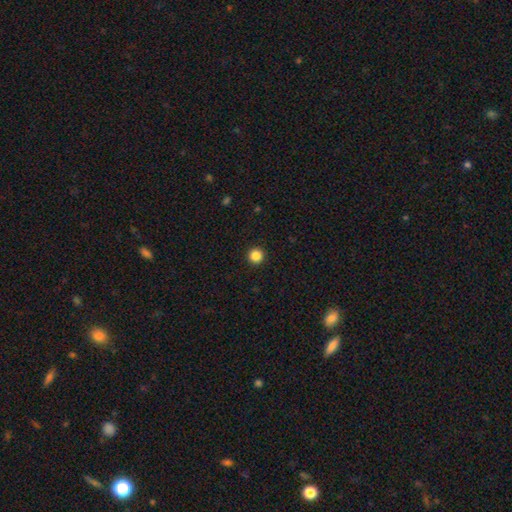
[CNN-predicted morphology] A smooth galaxy with no disk features (86%) that is round (96%).

Vote fractions:
- Smooth or featured? smooth: 86% / star or artifact: 11% / featured or disk: 3%
- How rounded? round: 96% / in between: 3% / cigar-shaped: 1%
- Merging? none: 94% / minor disturbance: 4% / major disturbance: 1% / merger: 1%